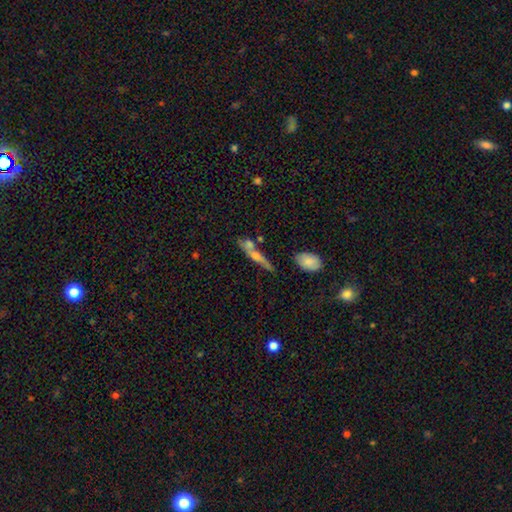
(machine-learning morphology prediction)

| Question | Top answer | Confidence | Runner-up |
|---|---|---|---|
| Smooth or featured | featured or disk | 47% | smooth (44%) |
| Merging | none | 57% | merger (20%) |